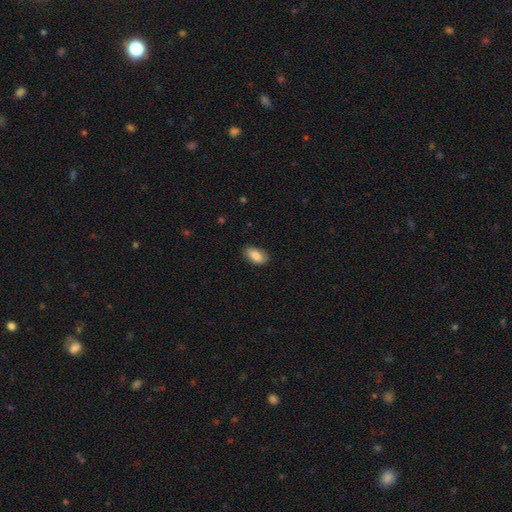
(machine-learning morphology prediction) Q: Smooth or featured?
A: smooth (82%); runner-up: featured or disk (12%)
Q: How rounded?
A: in between (93%); runner-up: round (4%)
Q: Merging?
A: none (79%); runner-up: minor disturbance (17%)